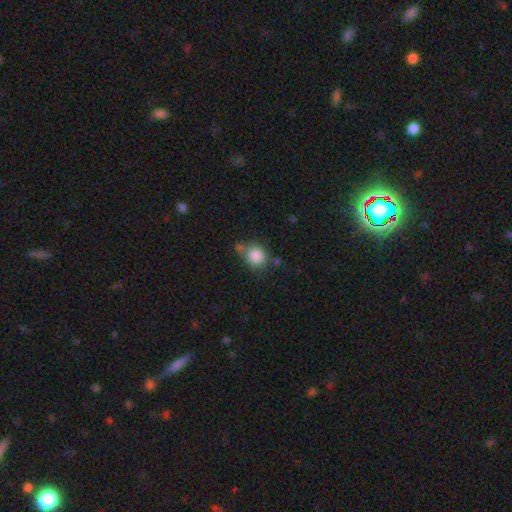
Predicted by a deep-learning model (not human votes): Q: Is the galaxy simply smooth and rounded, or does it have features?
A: smooth — 85%.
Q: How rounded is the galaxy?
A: round — 79%.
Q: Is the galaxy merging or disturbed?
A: none — 57%.